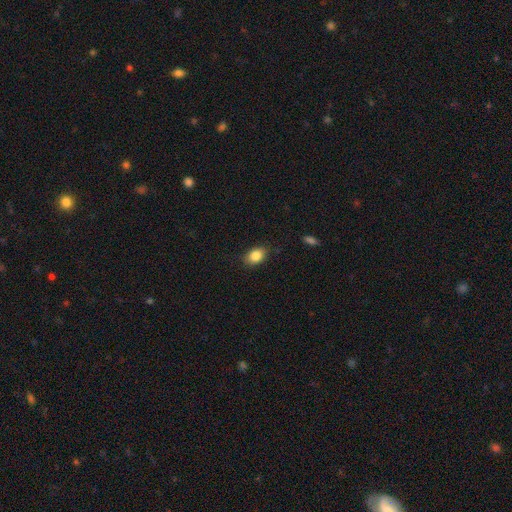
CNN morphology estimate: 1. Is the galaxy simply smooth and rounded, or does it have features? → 85% smooth, 9% star or artifact, 6% featured or disk.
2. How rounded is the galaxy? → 74% in between, 25% round, 1% cigar-shaped.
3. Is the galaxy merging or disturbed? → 84% none, 12% minor disturbance, 3% major disturbance, 1% merger.